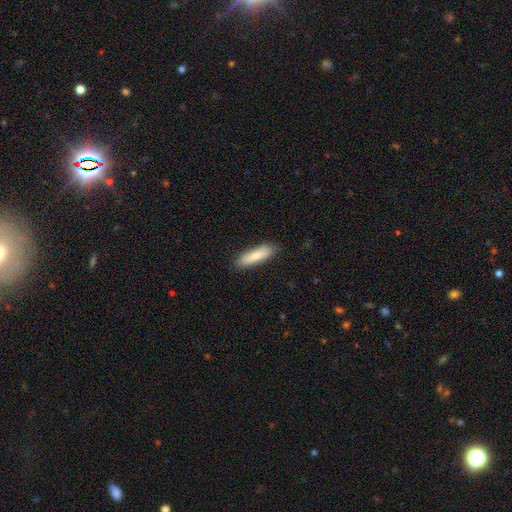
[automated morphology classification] Smooth or featured: smooth — 82% (featured or disk — 12%)
How rounded: cigar-shaped — 61% (in between — 38%)
Merging: none — 87% (minor disturbance — 10%)